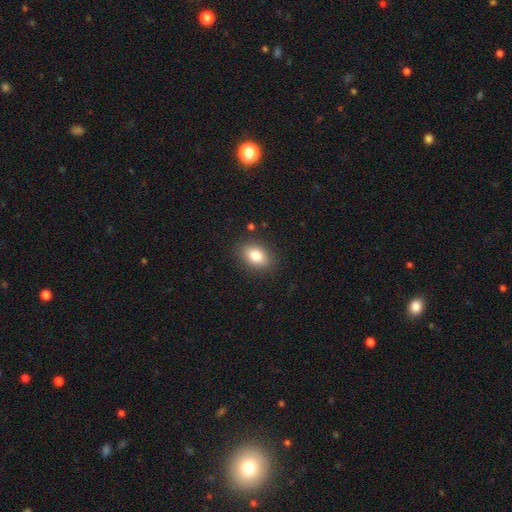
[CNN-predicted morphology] This is clearly a smooth galaxy (82%). How rounded: likely in between (78%). Merging: clearly none (86%).